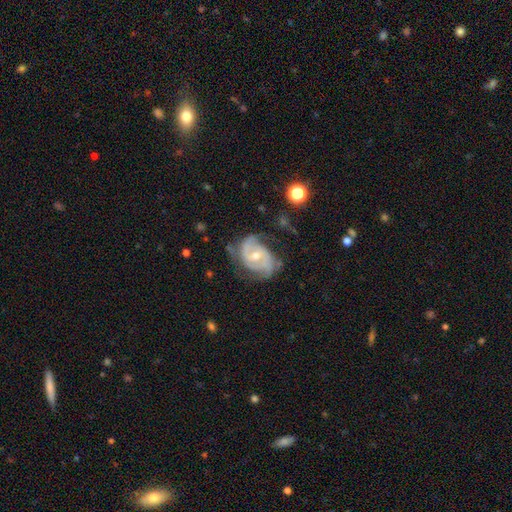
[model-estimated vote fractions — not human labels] Smooth or featured?
  - featured or disk: 86% *
  - smooth: 8%
  - star or artifact: 5%
Edge-on disk?
  - no: 97% *
  - yes: 3%
Bar?
  - no: 46% *
  - weak: 43%
  - strong: 12%
Spiral arms?
  - yes: 95% *
  - no: 5%
Spiral winding?
  - tight: 44% *
  - medium: 43%
  - loose: 12%
Spiral arm count?
  - 2: 63% *
  - 3: 16%
  - can't tell: 13%
  - 1: 4%
  - 4: 3%
  - more than 4: 2%
Bulge size?
  - moderate: 57% *
  - small: 39%
  - large: 2%
  - none: 1%
  - dominant: 1%
Merging?
  - none: 59% *
  - minor disturbance: 26%
  - major disturbance: 13%
  - merger: 2%